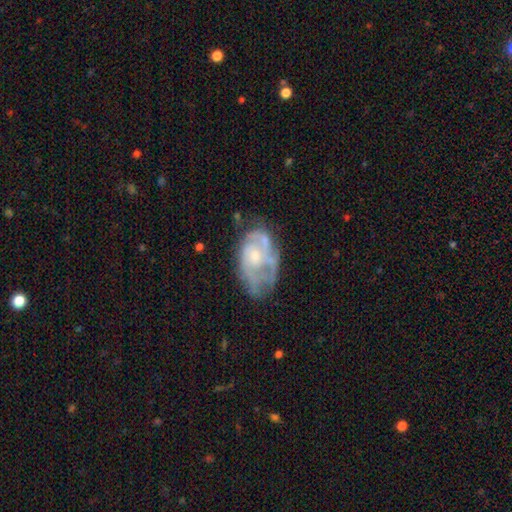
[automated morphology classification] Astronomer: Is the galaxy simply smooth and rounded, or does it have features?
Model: featured or disk — 74%.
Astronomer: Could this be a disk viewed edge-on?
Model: no — 97%.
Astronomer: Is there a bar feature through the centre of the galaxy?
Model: no — 74%.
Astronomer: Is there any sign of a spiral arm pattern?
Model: yes — 75%.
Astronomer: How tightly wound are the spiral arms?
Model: tight — 48% (runner-up: medium, 38%).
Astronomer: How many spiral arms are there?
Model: can't tell — 43% (runner-up: 2, 27%).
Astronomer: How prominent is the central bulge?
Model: moderate — 44%, tied with small at 44%.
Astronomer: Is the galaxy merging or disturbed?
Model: none — 51% (runner-up: minor disturbance, 28%).